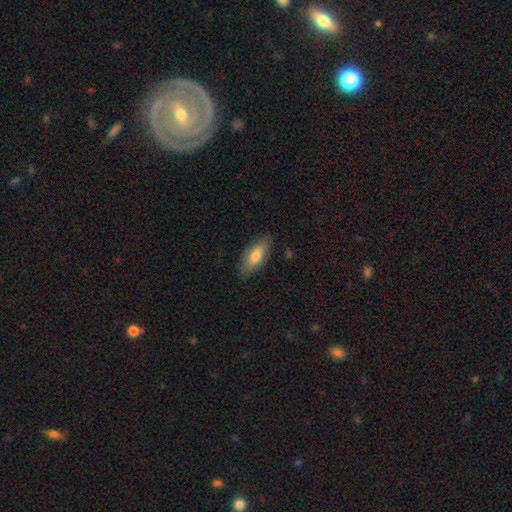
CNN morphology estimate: A smooth galaxy with no disk features (75%) that is in between round and cigar-shaped (77%). Merging: none (82%).